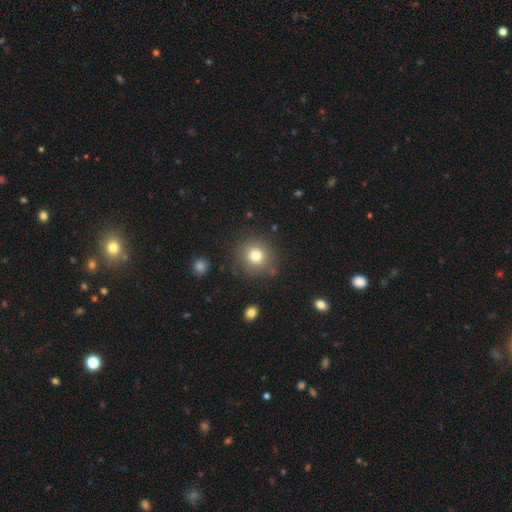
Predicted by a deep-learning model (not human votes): Q: Smooth or featured?
A: smooth (78%); runner-up: star or artifact (12%)
Q: How rounded?
A: round (90%); runner-up: in between (9%)
Q: Merging?
A: none (85%); runner-up: minor disturbance (9%)